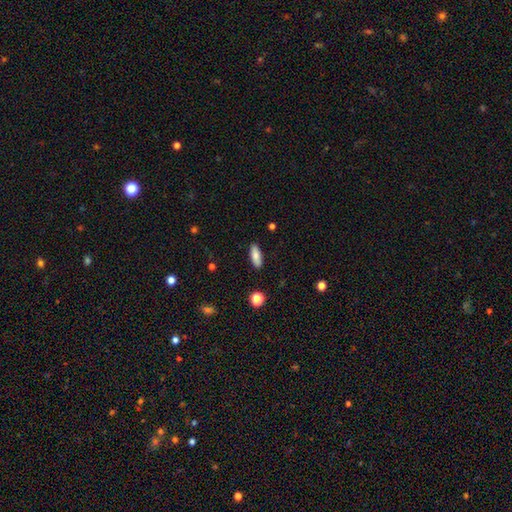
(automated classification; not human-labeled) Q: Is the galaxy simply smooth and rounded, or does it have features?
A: smooth — 82%.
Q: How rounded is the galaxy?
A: in between — 66%.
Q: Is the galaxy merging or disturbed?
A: none — 88%.